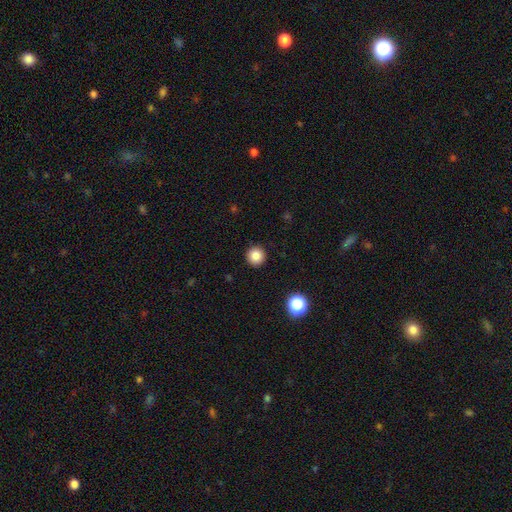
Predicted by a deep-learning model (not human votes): Smooth or featured? smooth (84%)
How rounded? round (96%)
Merging? none (92%)